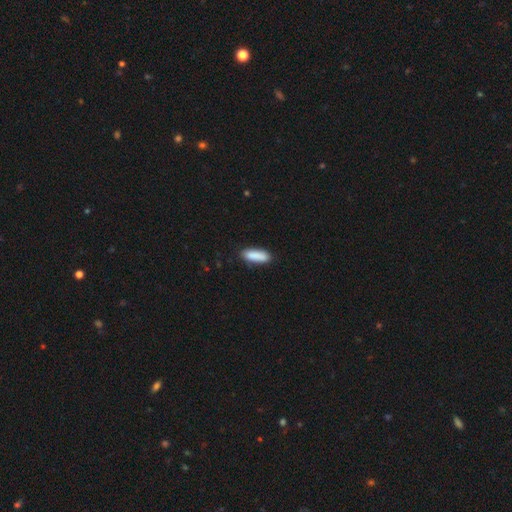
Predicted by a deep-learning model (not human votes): This is clearly a smooth galaxy (89%). How rounded: possibly in between (53%). Merging: clearly none (85%).